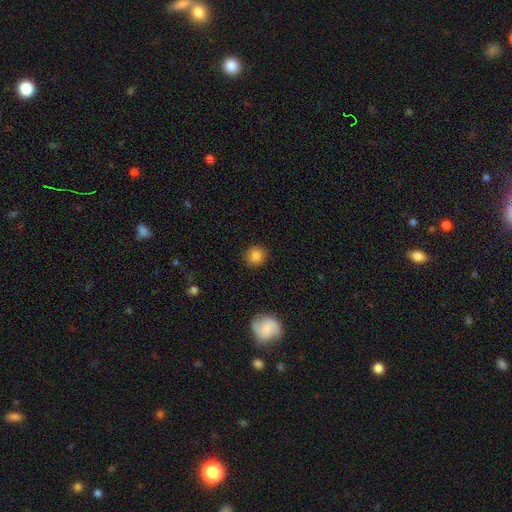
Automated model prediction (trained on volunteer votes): Smooth or featured: smooth — 84% (star or artifact — 10%)
How rounded: round — 89% (in between — 10%)
Merging: none — 90% (minor disturbance — 7%)